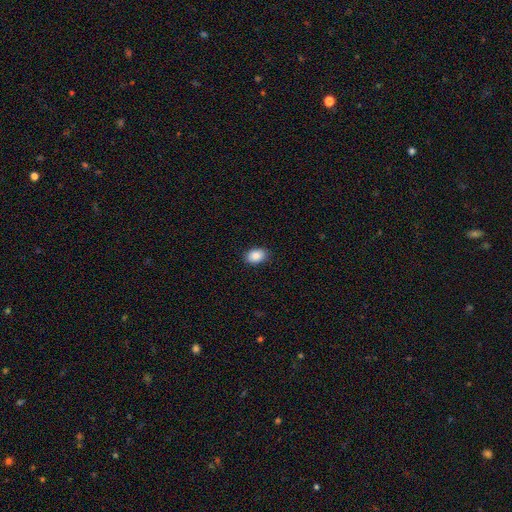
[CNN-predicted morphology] Q: Smooth or featured?
A: smooth (88%); runner-up: star or artifact (8%)
Q: How rounded?
A: in between (81%); runner-up: round (18%)
Q: Merging?
A: none (88%); runner-up: minor disturbance (9%)